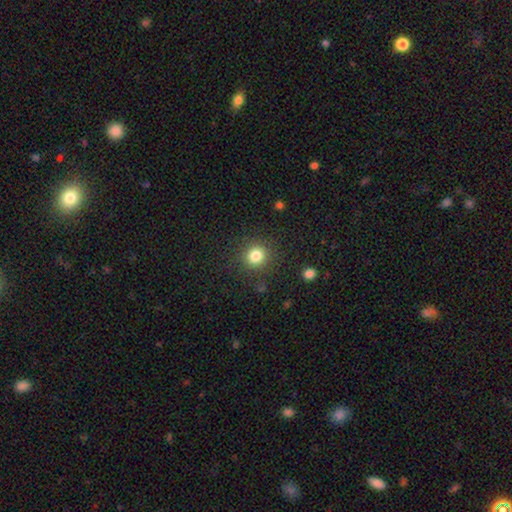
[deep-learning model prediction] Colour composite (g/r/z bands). It shows a smooth galaxy with no disk features (82%) that is round (91%). Merging: none (88%).